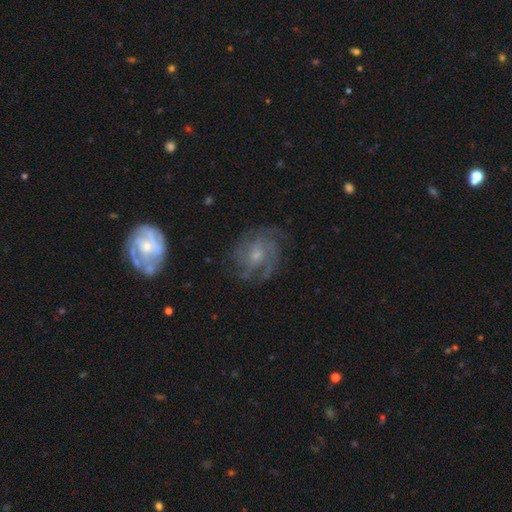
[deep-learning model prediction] Smooth or featured? Predicted: featured or disk (p=0.72). Edge-on disk? Predicted: no (p=0.97). Bar? Predicted: no (p=0.63). Spiral arms? Predicted: yes (p=0.88). Spiral winding? Predicted: tight (p=0.46). Spiral arm count? Predicted: can't tell (p=0.38). Bulge size? Predicted: small (p=0.48). Merging? Predicted: none (p=0.69).